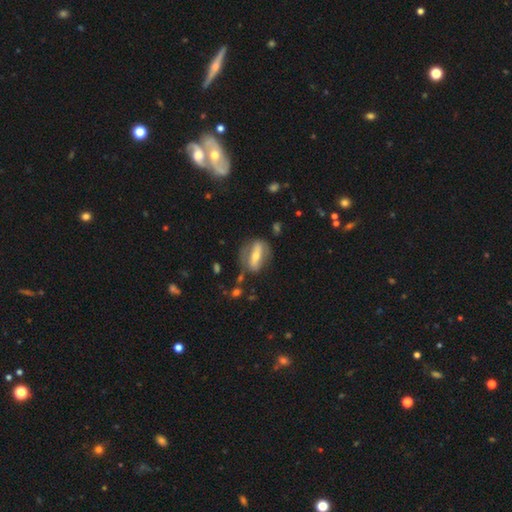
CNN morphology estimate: Smooth or featured? Predicted: featured or disk (p=0.58). Edge-on disk? Predicted: no (p=0.73). Merging? Predicted: none (p=0.65).